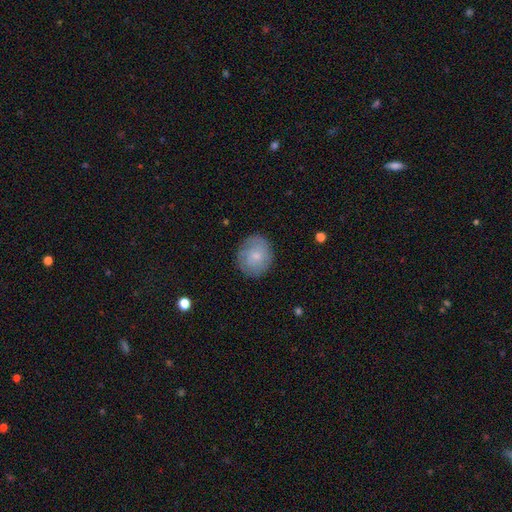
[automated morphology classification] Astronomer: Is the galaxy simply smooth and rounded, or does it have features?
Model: smooth — 60%.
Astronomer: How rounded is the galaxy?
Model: round — 77%.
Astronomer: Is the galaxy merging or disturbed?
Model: none — 81%.